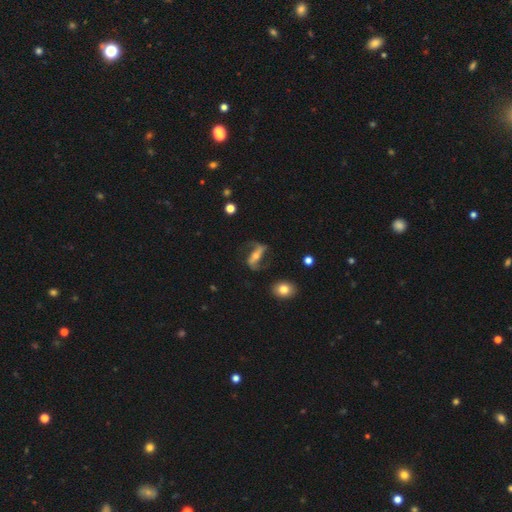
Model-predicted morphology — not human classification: Smooth or featured?
  - featured or disk: 82% *
  - smooth: 11%
  - star or artifact: 7%
Edge-on disk?
  - no: 88% *
  - yes: 12%
Bar?
  - strong: 60% *
  - weak: 22%
  - no: 19%
Spiral arms?
  - yes: 92% *
  - no: 8%
Spiral winding?
  - loose: 68% *
  - medium: 24%
  - tight: 8%
Spiral arm count?
  - 2: 91% *
  - can't tell: 3%
  - 1: 3%
  - 3: 1%
  - 4: 1%
  - more than 4: 1%
Bulge size?
  - small: 47% *
  - moderate: 45%
  - large: 4%
  - none: 2%
  - dominant: 1%
Merging?
  - none: 67% *
  - minor disturbance: 17%
  - major disturbance: 14%
  - merger: 3%